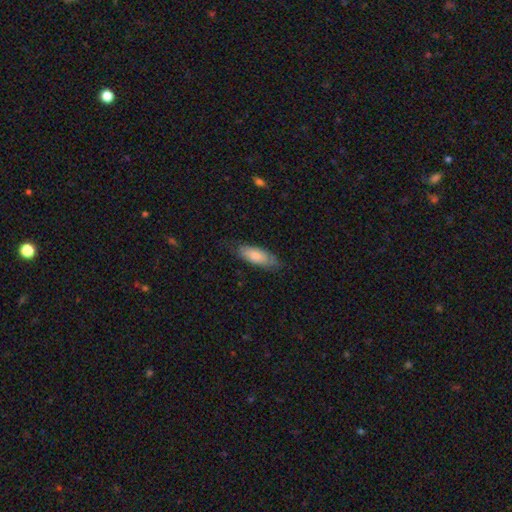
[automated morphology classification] Q: Smooth or featured?
A: smooth (75%); runner-up: featured or disk (20%)
Q: How rounded?
A: in between (75%); runner-up: cigar-shaped (23%)
Q: Merging?
A: none (71%); runner-up: minor disturbance (23%)